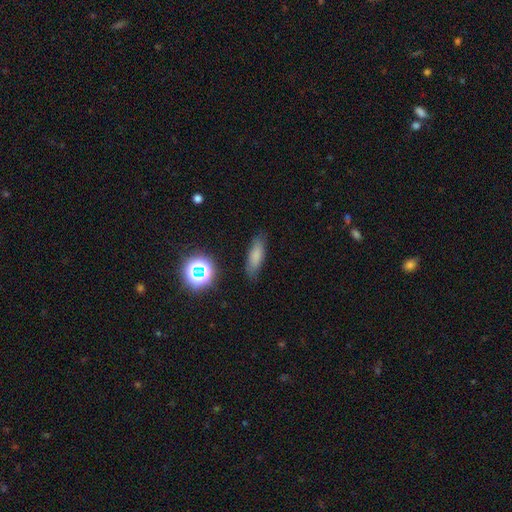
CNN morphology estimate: A smooth galaxy with no disk features (75%) that is in between round and cigar-shaped (49%).

Vote fractions:
- Smooth or featured? smooth: 75% / star or artifact: 13% / featured or disk: 12%
- How rounded? in between: 49% / cigar-shaped: 48% / round: 4%
- Merging? none: 84% / minor disturbance: 12% / major disturbance: 3% / merger: 2%